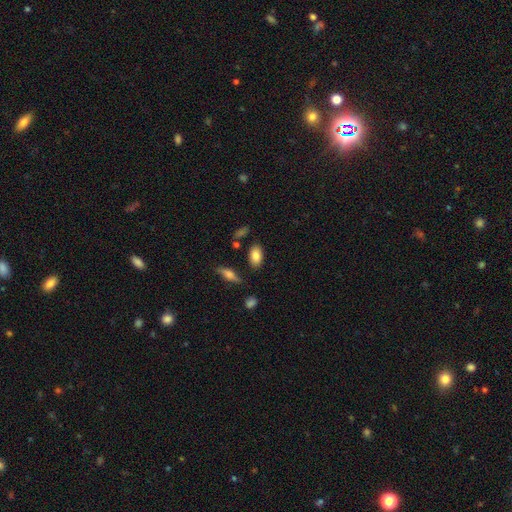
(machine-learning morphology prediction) smooth-or-featured: smooth: 84% | featured or disk: 9% | star or artifact: 7%
  how-rounded: in between: 92% | round: 5% | cigar-shaped: 3%
  merging: none: 82% | minor disturbance: 11% | merger: 3% | major disturbance: 3%